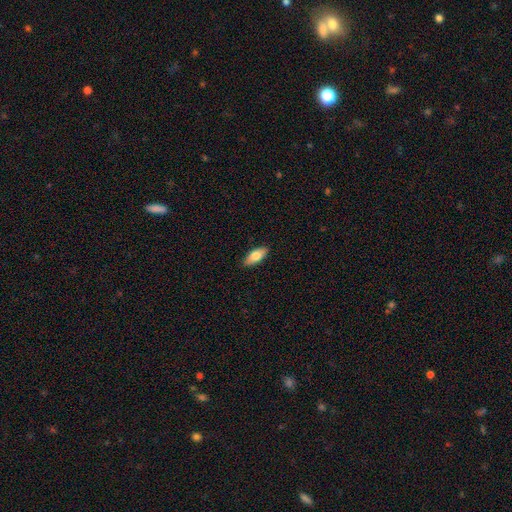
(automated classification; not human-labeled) Smooth or featured?
  - smooth: 77% *
  - featured or disk: 17%
  - star or artifact: 6%
How rounded?
  - in between: 85% *
  - cigar-shaped: 13%
  - round: 2%
Merging?
  - none: 89% *
  - minor disturbance: 9%
  - major disturbance: 2%
  - merger: 1%